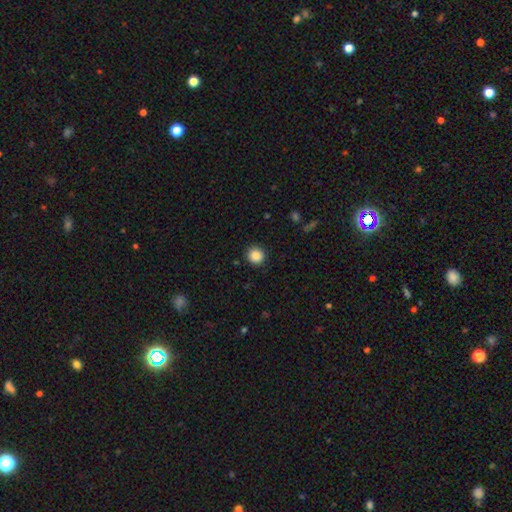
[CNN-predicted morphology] This is clearly a smooth galaxy (87%). How rounded: clearly round (93%). Merging: clearly none (91%).